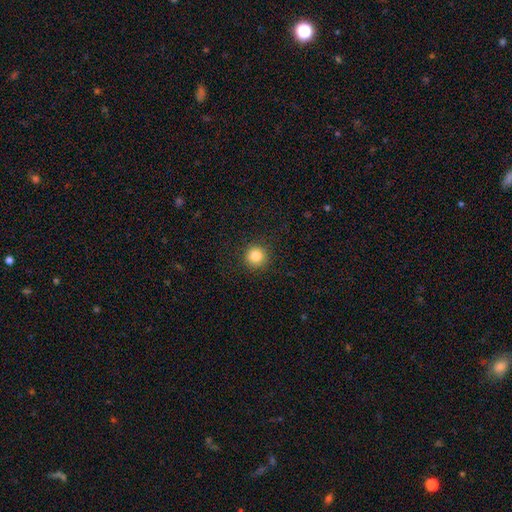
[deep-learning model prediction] Q: Smooth or featured?
A: smooth (84%); runner-up: star or artifact (11%)
Q: How rounded?
A: round (95%); runner-up: in between (4%)
Q: Merging?
A: none (91%); runner-up: minor disturbance (6%)